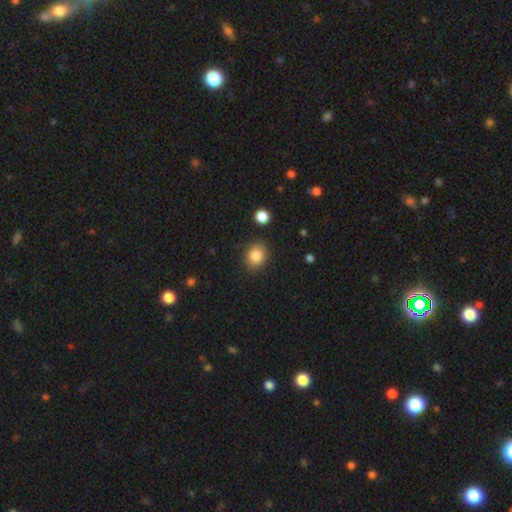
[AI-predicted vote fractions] This is clearly a smooth galaxy (85%). How rounded: possibly round (57%). Merging: clearly none (85%).